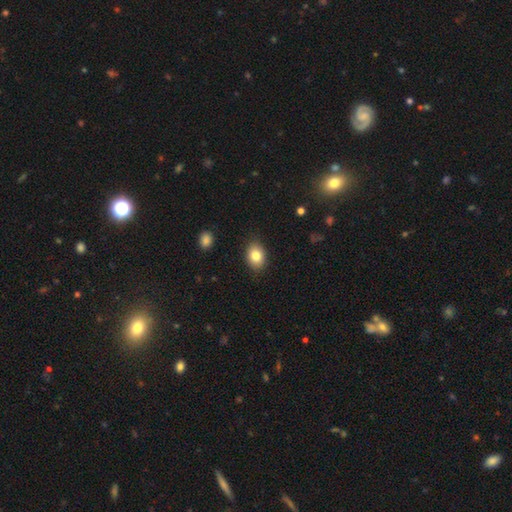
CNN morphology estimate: type=smooth (82%); roundness=in between (75%); merging=none (86%).